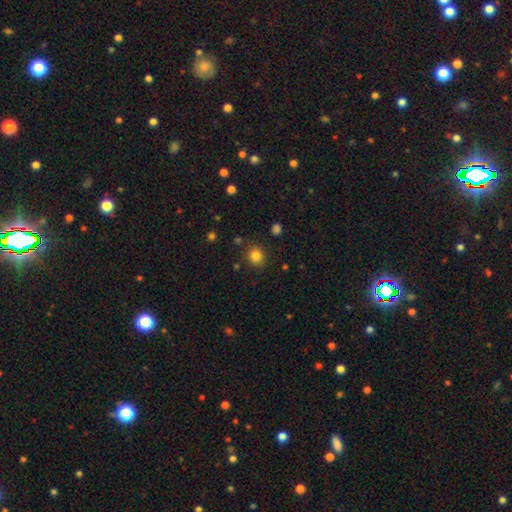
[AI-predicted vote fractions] Smooth or featured? smooth (83%)
How rounded? round (85%)
Merging? none (85%)